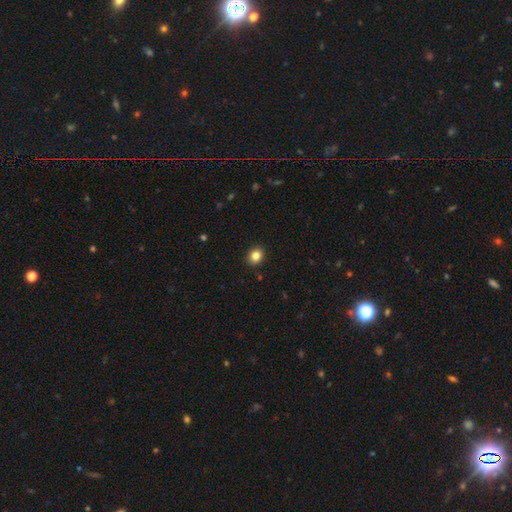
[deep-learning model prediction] smooth 83%, star or artifact 11%, featured or disk 6%. Down the decision tree: how rounded — round (70%); merging — none (91%).